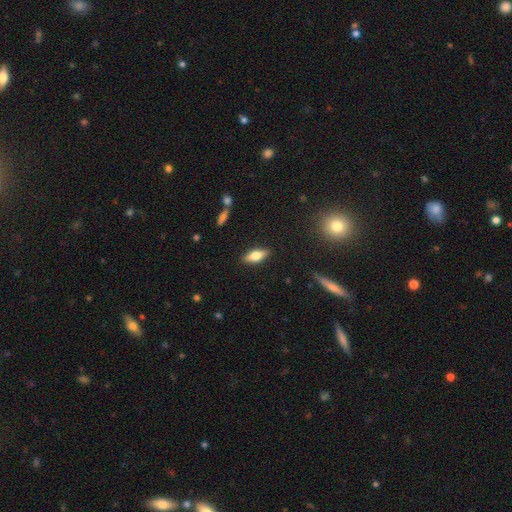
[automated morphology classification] Smooth or featured? smooth (61%)
How rounded? in between (71%)
Merging? none (88%)